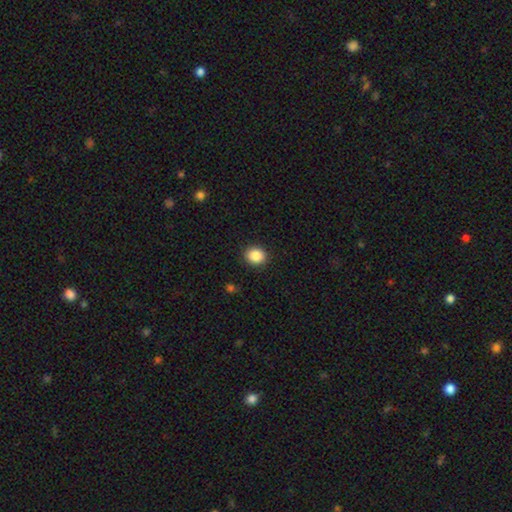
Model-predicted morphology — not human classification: smooth 87%, star or artifact 9%, featured or disk 4%. Down the decision tree: how rounded — round (76%); merging — none (90%).